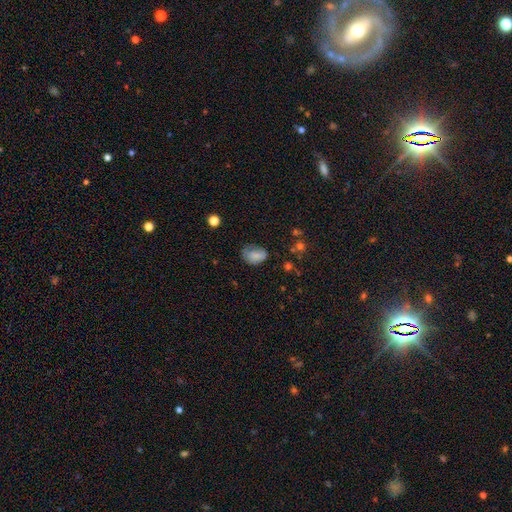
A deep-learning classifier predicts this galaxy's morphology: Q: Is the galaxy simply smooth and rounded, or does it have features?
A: smooth — 75%.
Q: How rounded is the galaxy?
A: in between — 74%.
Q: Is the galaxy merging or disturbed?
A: none — 47%.